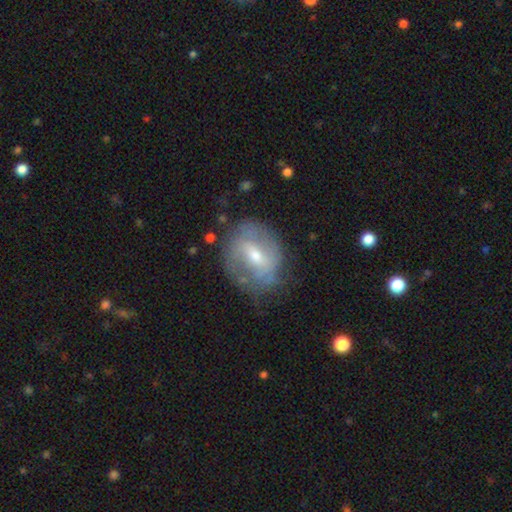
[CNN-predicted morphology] Smooth or featured: featured or disk — 66% (smooth — 27%)
Edge-on disk: no — 95% (yes — 5%)
Bar: weak — 50% (strong — 27%)
Spiral arms: yes — 64% (no — 36%)
Bulge size: moderate — 52% (small — 43%)
Merging: none — 67% (minor disturbance — 21%)